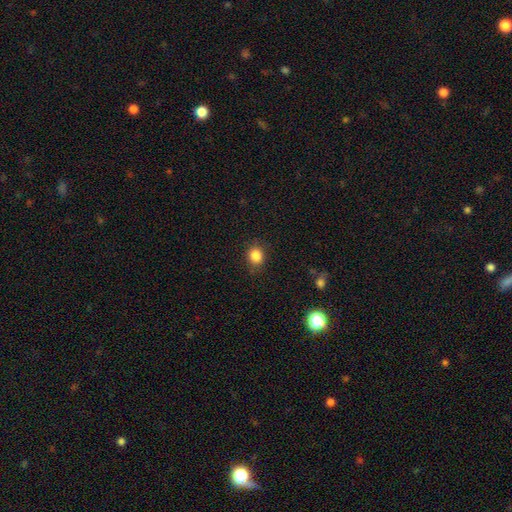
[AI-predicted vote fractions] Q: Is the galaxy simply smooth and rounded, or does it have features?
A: smooth — 85%.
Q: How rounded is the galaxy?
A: round — 68%.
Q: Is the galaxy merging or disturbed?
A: none — 82%.